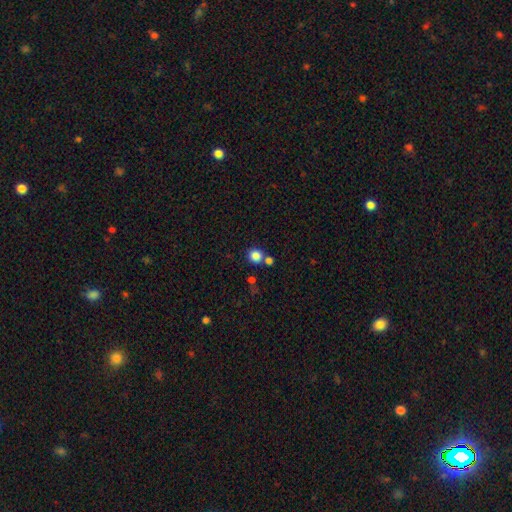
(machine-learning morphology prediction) Smooth or featured? smooth (84%)
How rounded? round (90%)
Merging? none (68%)